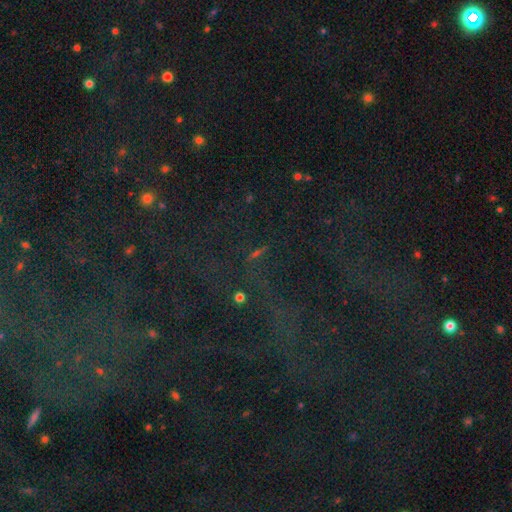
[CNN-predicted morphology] Overall: star or artifact (69%).